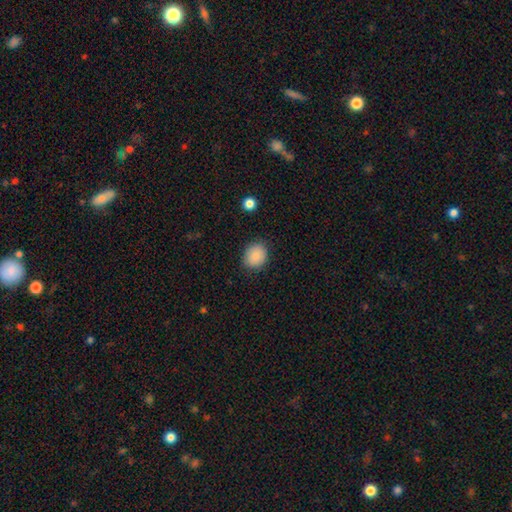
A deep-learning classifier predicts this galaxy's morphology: The model was most divided on "how rounded": round: 69%, in between: 30%, cigar-shaped: 1%. More confident: smooth or featured — smooth (86%); merging — none (84%).